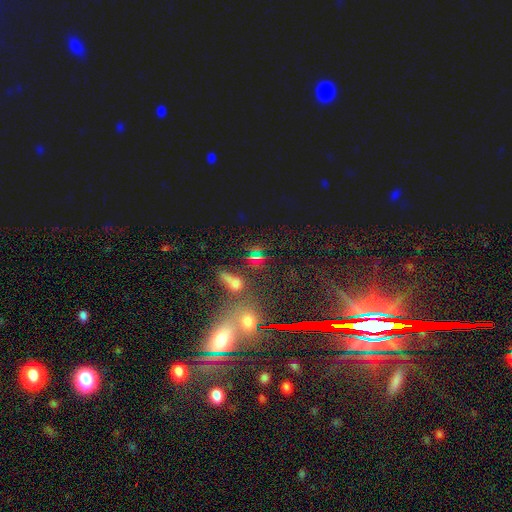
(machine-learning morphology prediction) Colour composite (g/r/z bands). It shows a star or artifact, not a galaxy (63%).